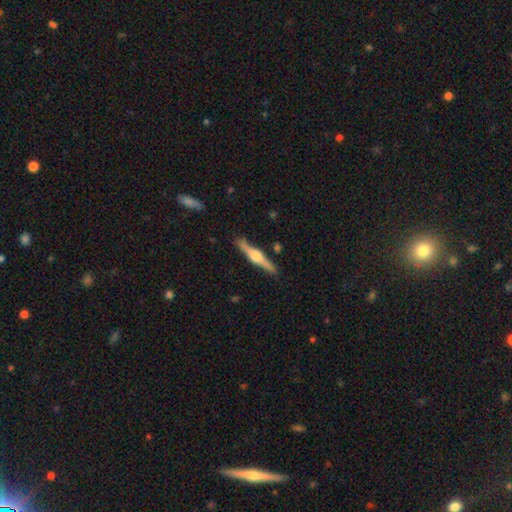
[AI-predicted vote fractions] A featured or disk galaxy (76%) viewed edge-on (98%) with a rounded central bulge (89%). Merging: none (88%).